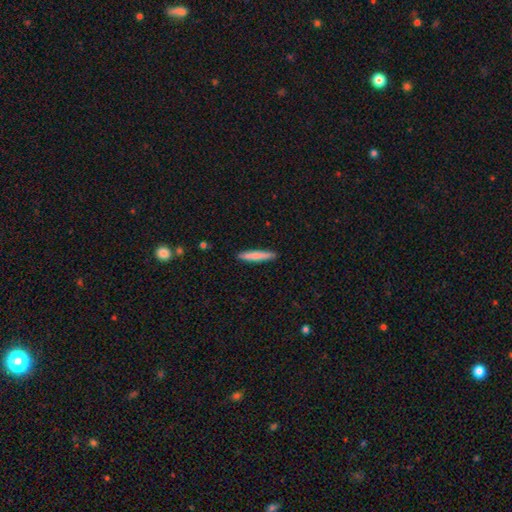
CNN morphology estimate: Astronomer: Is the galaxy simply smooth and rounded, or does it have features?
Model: smooth — 77%.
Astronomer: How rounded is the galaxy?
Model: cigar-shaped — 93%.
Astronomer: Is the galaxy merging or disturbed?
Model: none — 91%.